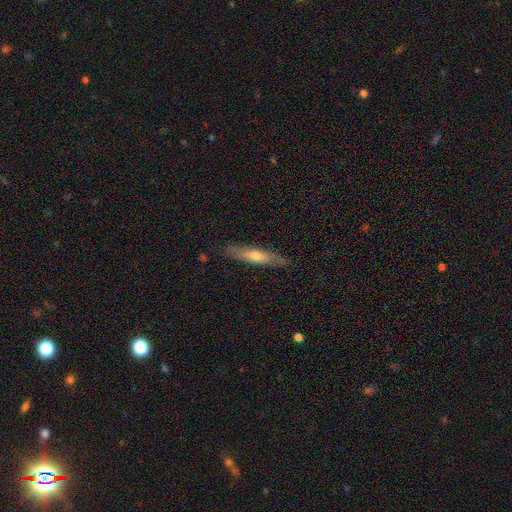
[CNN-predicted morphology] This is possibly a featured or disk galaxy (52%). It is clearly viewed edge-on (86%). Merging: clearly none (86%).